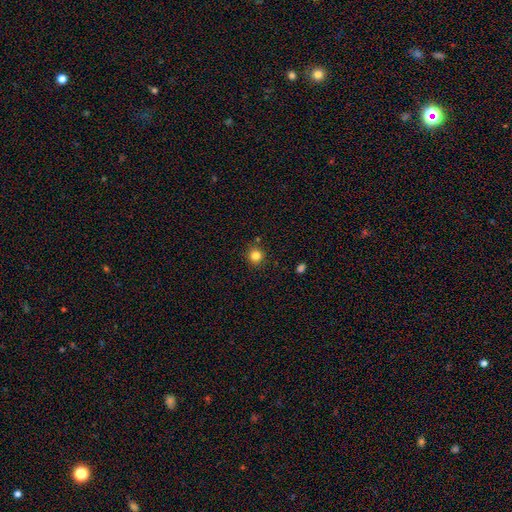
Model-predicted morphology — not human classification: Smooth or featured: smooth — 83% (star or artifact — 12%)
How rounded: round — 93% (in between — 6%)
Merging: none — 88% (minor disturbance — 7%)